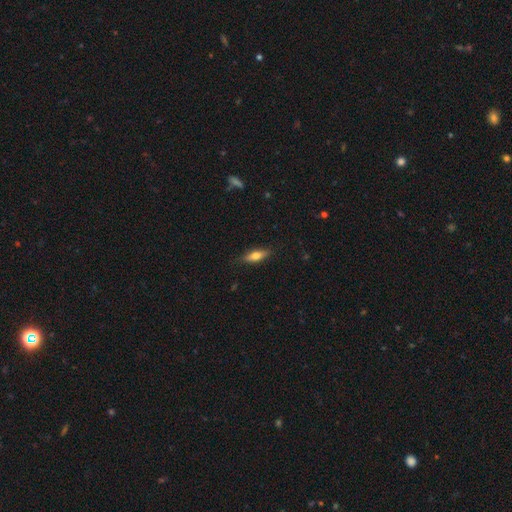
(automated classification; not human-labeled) This is likely a smooth galaxy (64%). How rounded: possibly in between (53%). Merging: clearly none (84%).